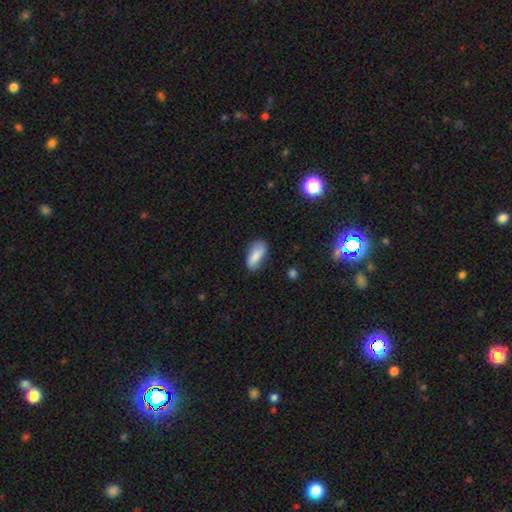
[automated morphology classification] smooth_or_featured: smooth (p=0.74) [alt: featured or disk p=0.18]
how_rounded: in between (p=0.87) [alt: cigar-shaped p=0.10]
merging: none (p=0.65) [alt: minor disturbance p=0.26]